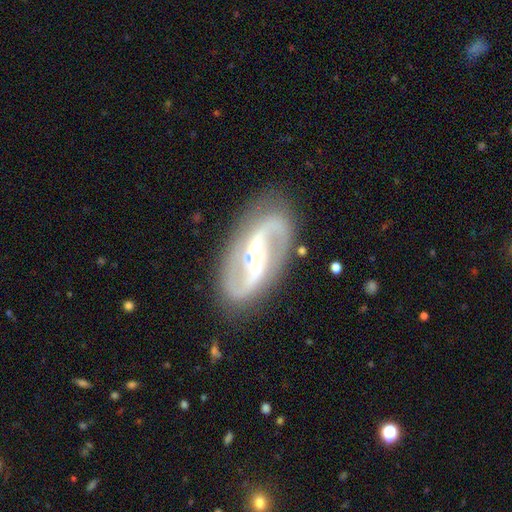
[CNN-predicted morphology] Smooth or featured? Predicted: featured or disk (p=0.90). Edge-on disk? Predicted: no (p=0.96). Bar? Predicted: weak (p=0.39). Spiral arms? Predicted: yes (p=0.97). Spiral winding? Predicted: medium (p=0.50). Spiral arm count? Predicted: 2 (p=0.93). Bulge size? Predicted: small (p=0.48). Merging? Predicted: none (p=0.82).